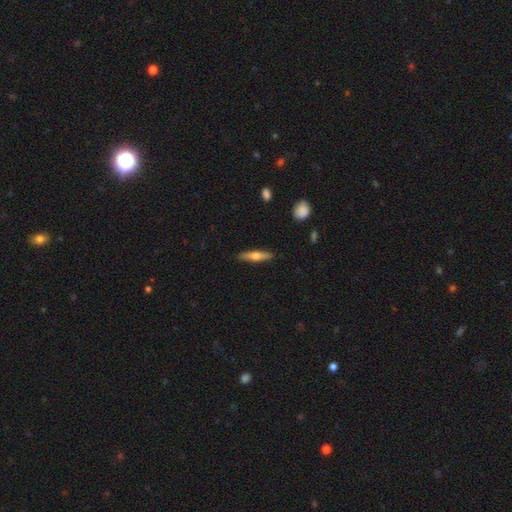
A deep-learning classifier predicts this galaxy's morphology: The model was most divided on "smooth or featured": smooth: 50%, featured or disk: 44%, star or artifact: 6%. More confident: merging — none (88%); how rounded — cigar-shaped (83%).